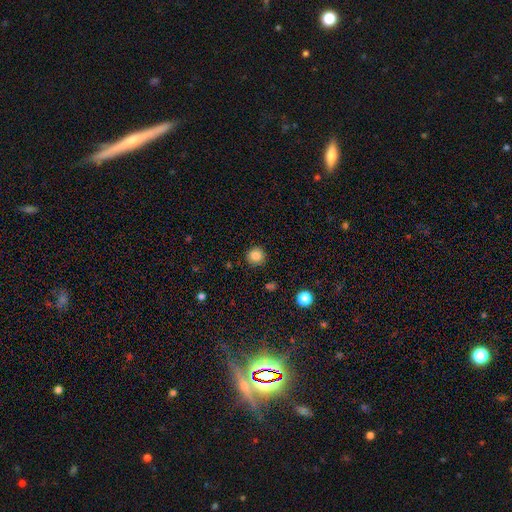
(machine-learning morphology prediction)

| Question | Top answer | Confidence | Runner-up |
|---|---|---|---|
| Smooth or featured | smooth | 85% | star or artifact (11%) |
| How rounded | round | 94% | in between (5%) |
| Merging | none | 91% | minor disturbance (6%) |